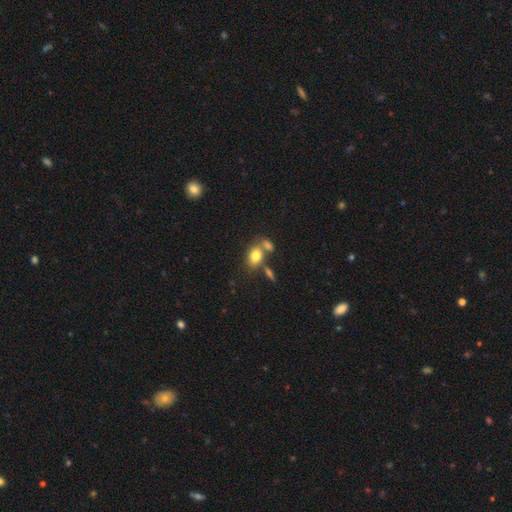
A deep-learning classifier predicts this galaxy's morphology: type=smooth (78%); roundness=in between (79%); merging=none (50%).